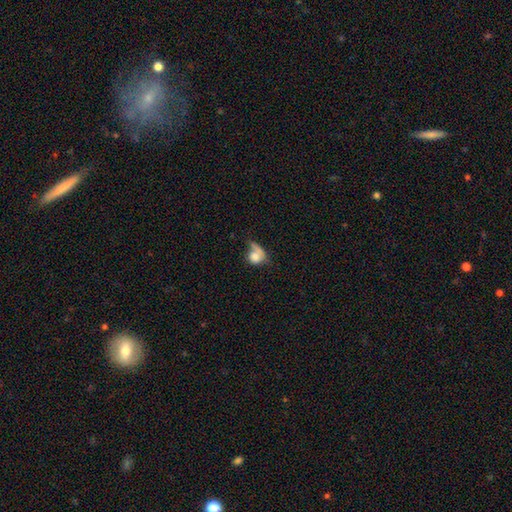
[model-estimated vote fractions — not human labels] smooth-or-featured: smooth: 69% | featured or disk: 21% | star or artifact: 10%
  how-rounded: round: 59% | in between: 38% | cigar-shaped: 3%
  merging: none: 33% | major disturbance: 26% | merger: 24% | minor disturbance: 17%